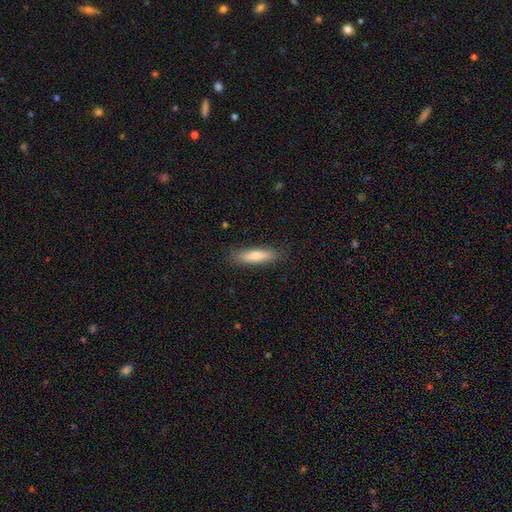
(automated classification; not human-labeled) The model was most divided on "how rounded": cigar-shaped: 72%, in between: 27%, round: 2%. More confident: merging — none (85%); smooth or featured — smooth (76%).